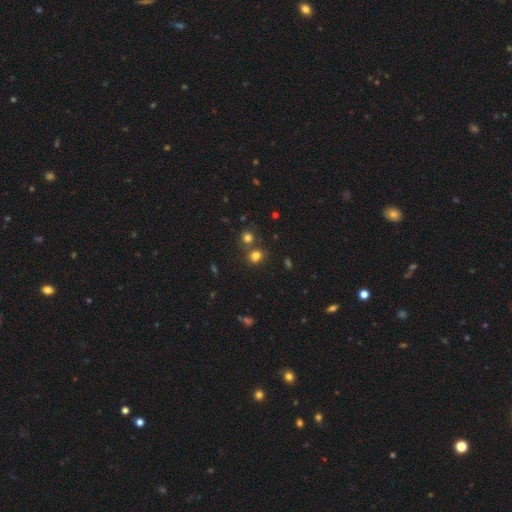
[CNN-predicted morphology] The model was most divided on "how rounded": round: 63%, in between: 36%, cigar-shaped: 1%. More confident: smooth or featured — smooth (74%); merging — none (62%).